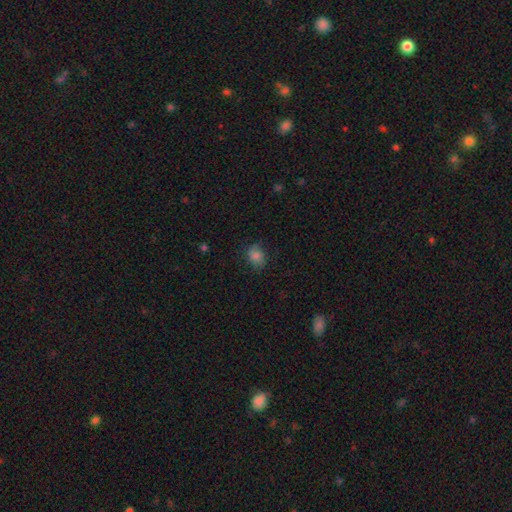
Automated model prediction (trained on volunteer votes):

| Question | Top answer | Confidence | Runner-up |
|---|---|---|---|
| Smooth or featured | smooth | 75% | featured or disk (14%) |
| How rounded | round | 50% | in between (49%) |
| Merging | none | 68% | minor disturbance (23%) |